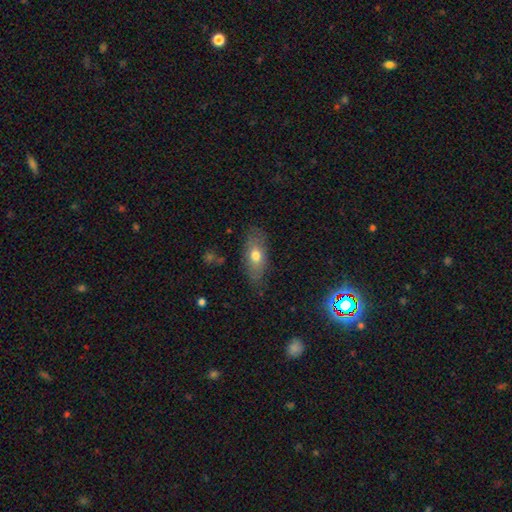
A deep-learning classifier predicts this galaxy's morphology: The model was most divided on "smooth or featured": smooth: 67%, featured or disk: 26%, star or artifact: 7%. More confident: how rounded — in between (83%); merging — none (76%).